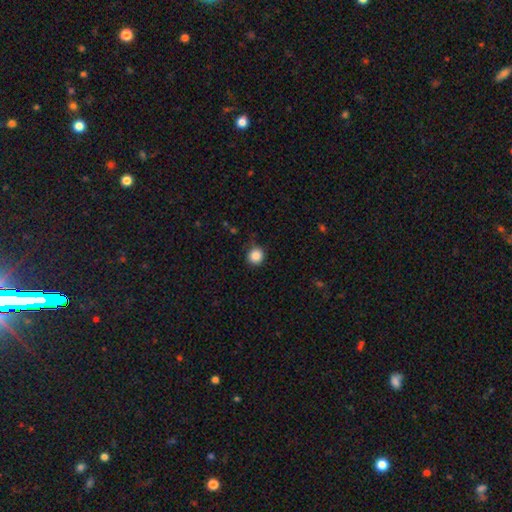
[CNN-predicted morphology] Smooth or featured? smooth (87%)
How rounded? round (92%)
Merging? none (83%)